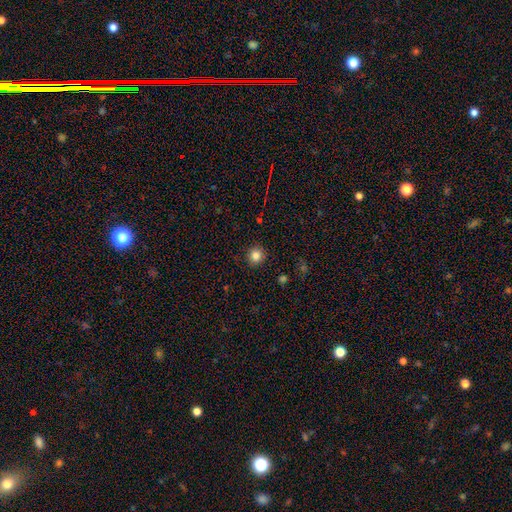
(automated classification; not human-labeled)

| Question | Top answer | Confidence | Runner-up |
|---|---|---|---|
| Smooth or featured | smooth | 83% | star or artifact (12%) |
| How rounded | round | 91% | in between (8%) |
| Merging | none | 90% | minor disturbance (7%) |